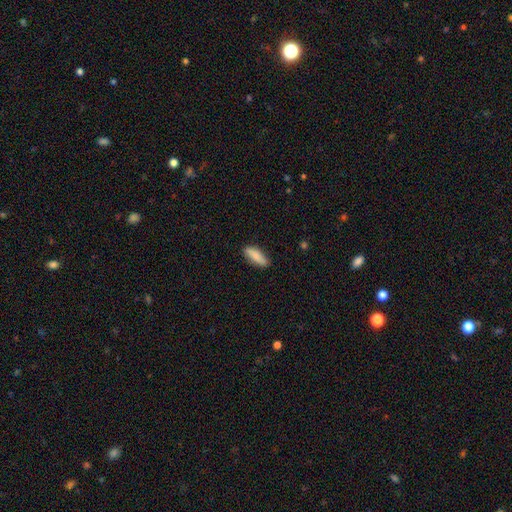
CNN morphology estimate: Smooth or featured?
  - smooth: 83% *
  - featured or disk: 11%
  - star or artifact: 6%
How rounded?
  - in between: 53% *
  - cigar-shaped: 45%
  - round: 2%
Merging?
  - none: 84% *
  - minor disturbance: 13%
  - major disturbance: 2%
  - merger: 1%